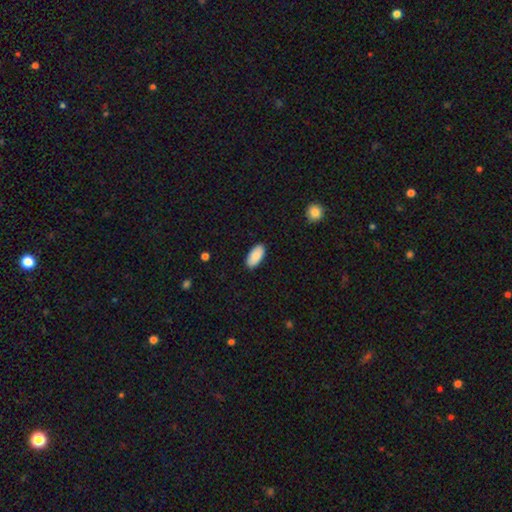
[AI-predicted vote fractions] A smooth galaxy with no disk features (89%) that is in between round and cigar-shaped (94%). Merging: none (89%).